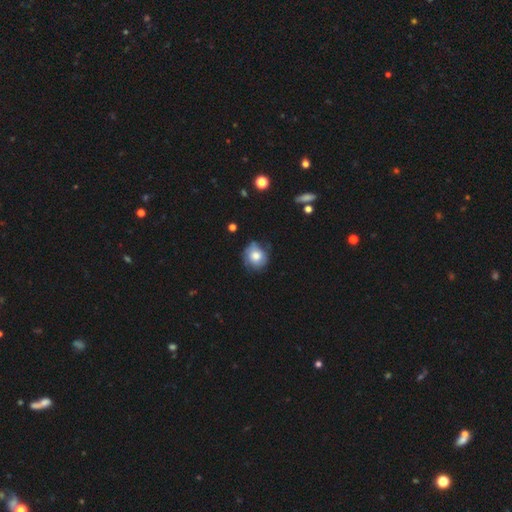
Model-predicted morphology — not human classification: Smooth or featured?
  - smooth: 68% *
  - featured or disk: 23%
  - star or artifact: 9%
How rounded?
  - round: 82% *
  - in between: 17%
  - cigar-shaped: 1%
Merging?
  - none: 68% *
  - minor disturbance: 24%
  - major disturbance: 6%
  - merger: 2%